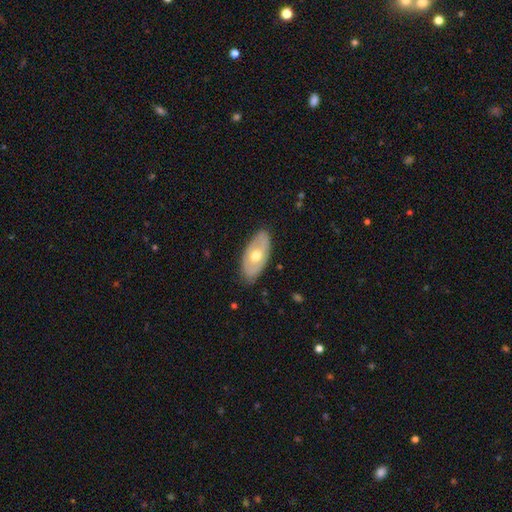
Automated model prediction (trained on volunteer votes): Smooth or featured? Predicted: featured or disk (p=0.48). Merging? Predicted: none (p=0.81).